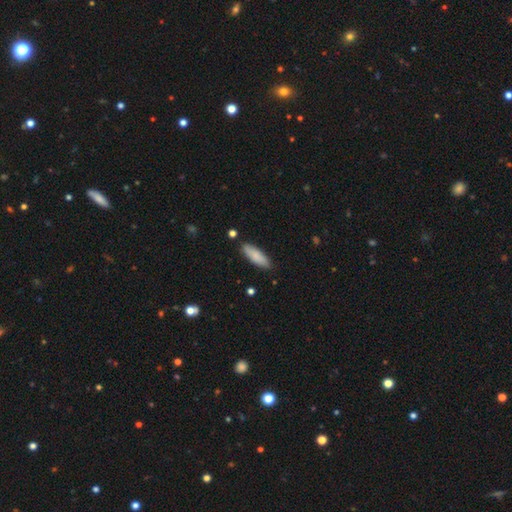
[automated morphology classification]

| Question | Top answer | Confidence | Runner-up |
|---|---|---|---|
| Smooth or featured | smooth | 84% | featured or disk (10%) |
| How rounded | in between | 51% | cigar-shaped (47%) |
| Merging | none | 85% | minor disturbance (11%) |